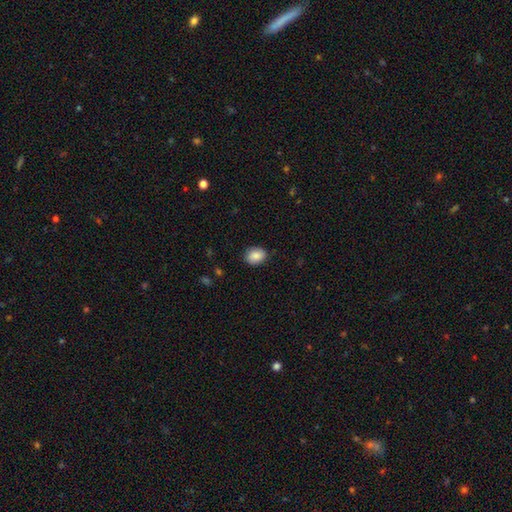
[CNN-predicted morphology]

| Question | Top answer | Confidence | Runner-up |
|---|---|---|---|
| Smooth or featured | smooth | 86% | star or artifact (7%) |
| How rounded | in between | 63% | round (36%) |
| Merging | none | 86% | minor disturbance (11%) |